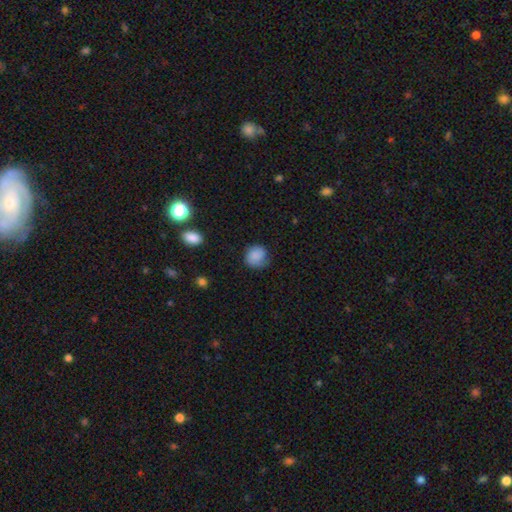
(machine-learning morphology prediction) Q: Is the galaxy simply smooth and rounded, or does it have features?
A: smooth — 84%.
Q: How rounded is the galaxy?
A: round — 81%.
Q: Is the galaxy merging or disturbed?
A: none — 67%.